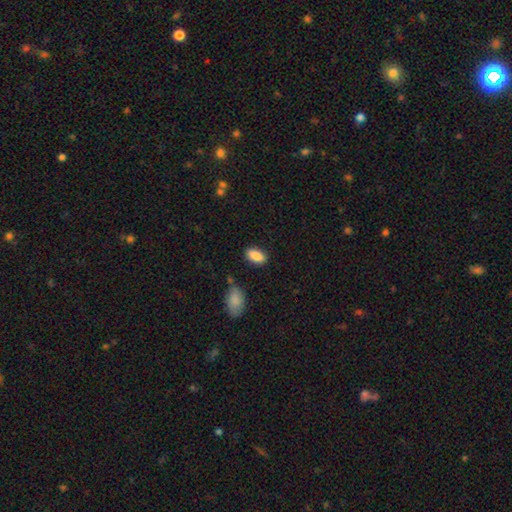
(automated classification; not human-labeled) Smooth or featured: smooth — 88% (star or artifact — 7%)
How rounded: in between — 91% (cigar-shaped — 6%)
Merging: none — 85% (minor disturbance — 10%)